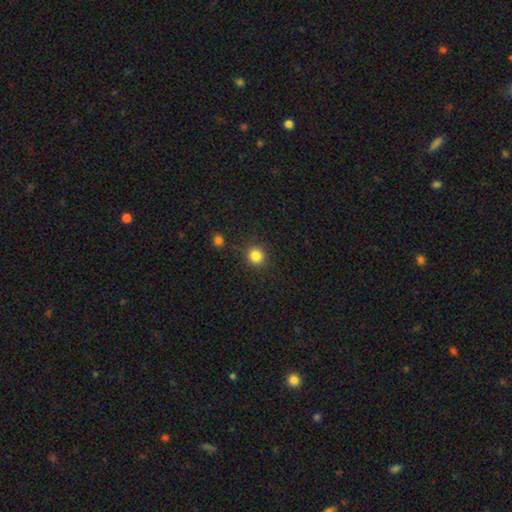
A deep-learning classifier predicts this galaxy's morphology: smooth_or_featured: smooth (p=0.84) [alt: star or artifact p=0.12]
how_rounded: round (p=0.90) [alt: in between p=0.09]
merging: none (p=0.88) [alt: minor disturbance p=0.08]